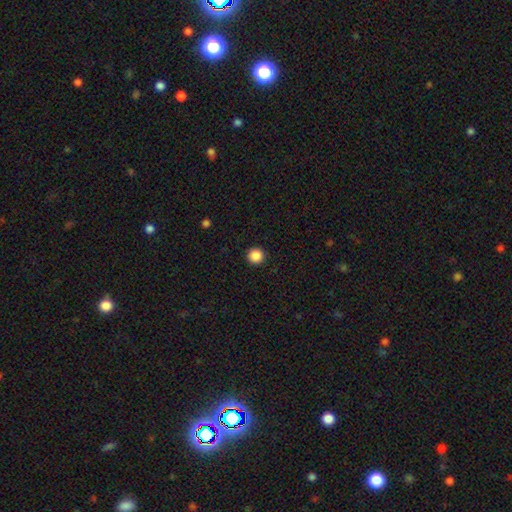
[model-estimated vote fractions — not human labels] Smooth or featured?
  - smooth: 88% *
  - star or artifact: 10%
  - featured or disk: 2%
How rounded?
  - round: 96% *
  - in between: 3%
  - cigar-shaped: 1%
Merging?
  - none: 93% *
  - minor disturbance: 4%
  - major disturbance: 2%
  - merger: 1%